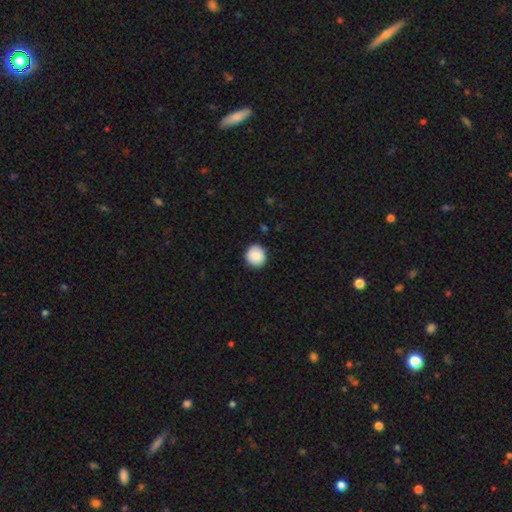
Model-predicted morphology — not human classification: The model was most divided on "smooth or featured": smooth: 87%, star or artifact: 8%, featured or disk: 5%. More confident: how rounded — round (93%); merging — none (91%).